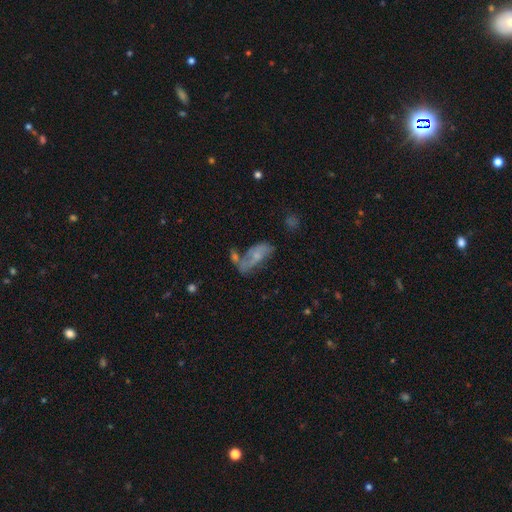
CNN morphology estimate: type=featured or disk (49%); merging=none (33%).